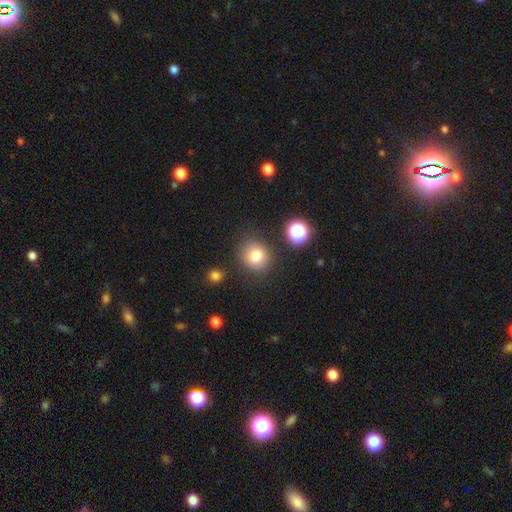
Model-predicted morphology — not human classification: Smooth or featured: smooth — 80% (star or artifact — 13%)
How rounded: round — 84% (in between — 15%)
Merging: none — 83% (minor disturbance — 10%)